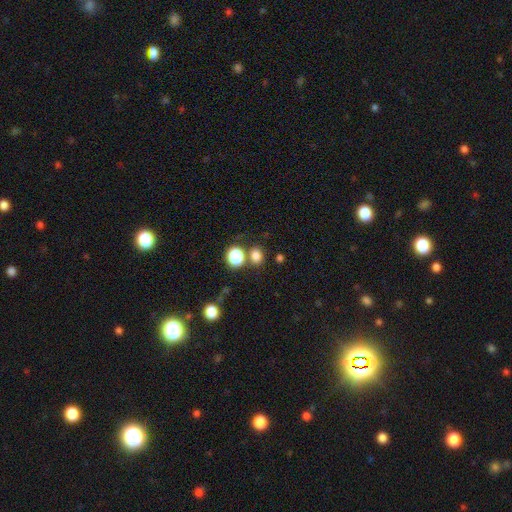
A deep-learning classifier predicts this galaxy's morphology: A smooth galaxy with no disk features (77%) that is round (63%).

Vote fractions:
- Smooth or featured? smooth: 77% / star or artifact: 18% / featured or disk: 5%
- How rounded? round: 63% / in between: 36% / cigar-shaped: 1%
- Merging? none: 74% / merger: 14% / minor disturbance: 9% / major disturbance: 3%